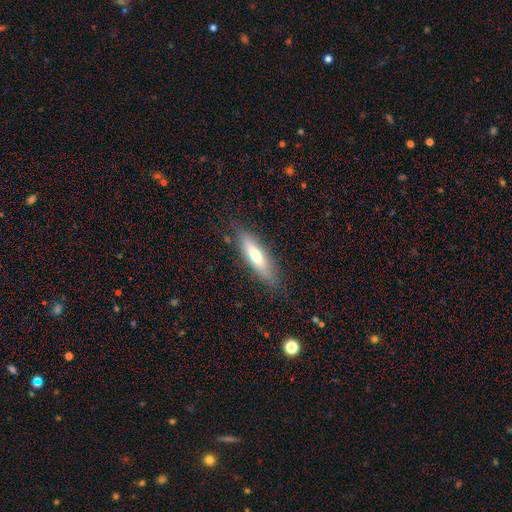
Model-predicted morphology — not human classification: The model was most divided on "smooth or featured": smooth: 59%, featured or disk: 34%, star or artifact: 7%. More confident: merging — none (80%); how rounded — cigar-shaped (66%).